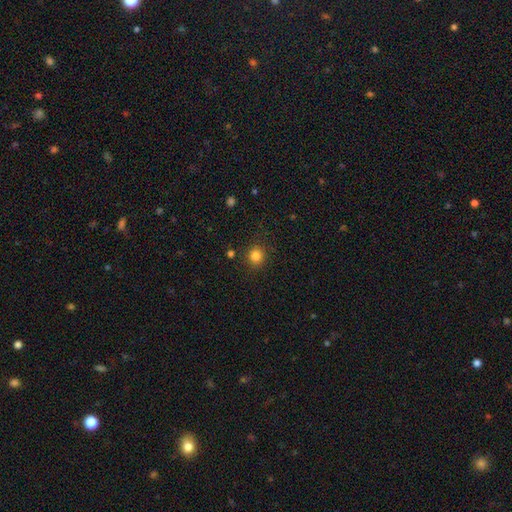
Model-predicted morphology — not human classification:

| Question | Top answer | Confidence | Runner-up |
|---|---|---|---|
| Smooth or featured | smooth | 83% | star or artifact (13%) |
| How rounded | round | 88% | in between (11%) |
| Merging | none | 88% | minor disturbance (7%) |